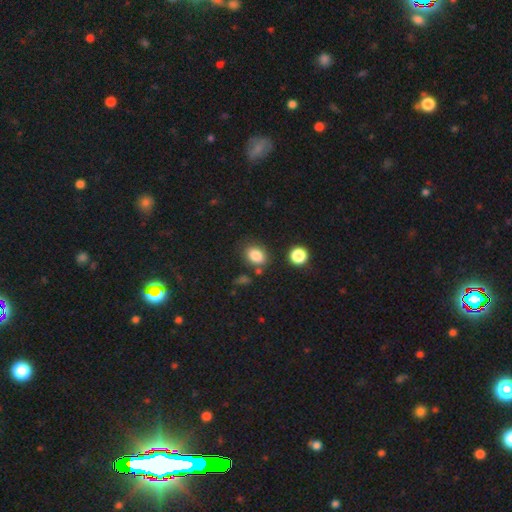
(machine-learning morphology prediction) A smooth galaxy with no disk features (84%) that is in between round and cigar-shaped (67%). Merging: none (75%).